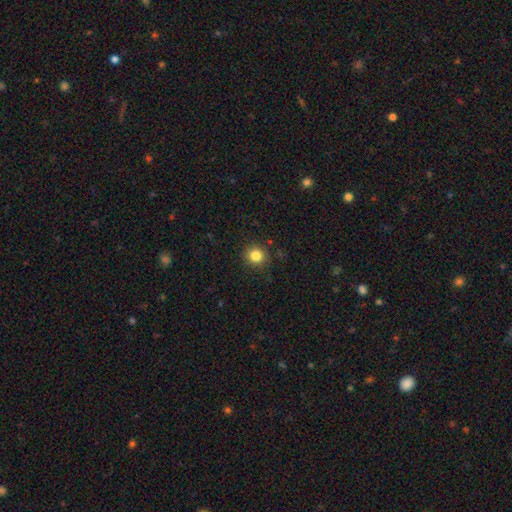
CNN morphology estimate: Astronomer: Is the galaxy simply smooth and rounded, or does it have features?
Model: smooth — 84%.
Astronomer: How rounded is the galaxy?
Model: round — 92%.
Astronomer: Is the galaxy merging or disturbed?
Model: none — 90%.